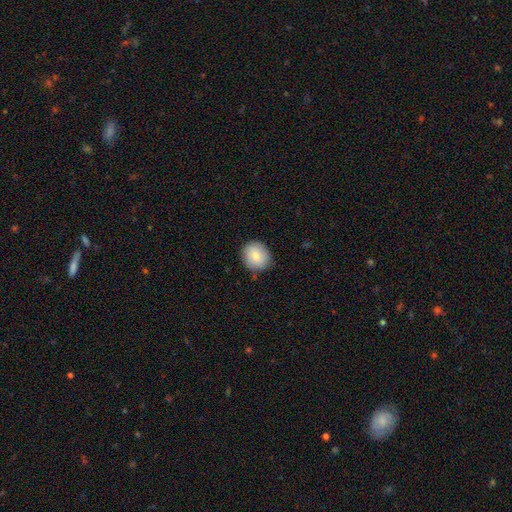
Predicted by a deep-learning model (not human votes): Q: Smooth or featured?
A: smooth (82%); runner-up: featured or disk (10%)
Q: How rounded?
A: round (78%); runner-up: in between (21%)
Q: Merging?
A: none (86%); runner-up: minor disturbance (11%)